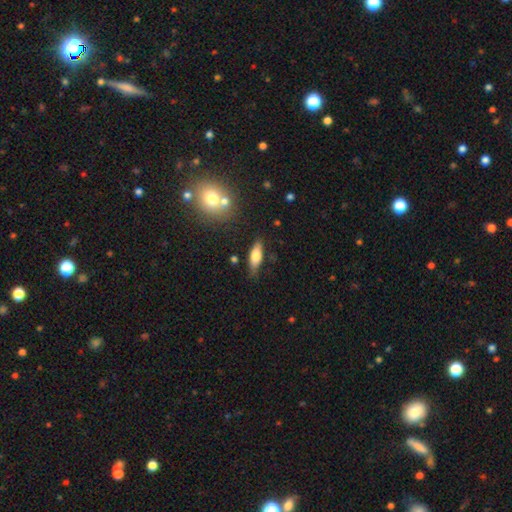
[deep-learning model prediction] Smooth or featured? smooth (66%)
How rounded? in between (63%)
Merging? none (78%)